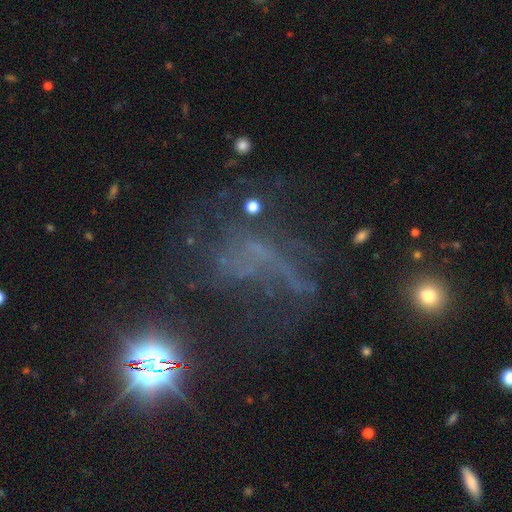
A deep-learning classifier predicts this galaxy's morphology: Q: Smooth or featured?
A: star or artifact (43%); runner-up: featured or disk (38%)